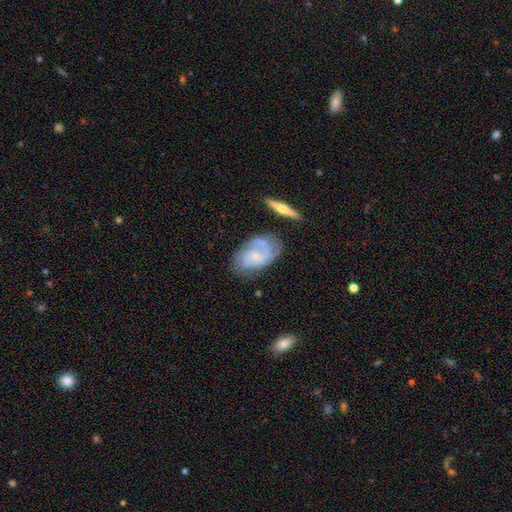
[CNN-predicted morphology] Smooth or featured? featured or disk (75%)
Edge-on disk? no (95%)
Bar? no (66%)
Spiral arms? yes (93%)
Spiral winding? tight (52%)
Spiral arm count? 2 (44%)
Bulge size? small (70%)
Merging? none (63%)